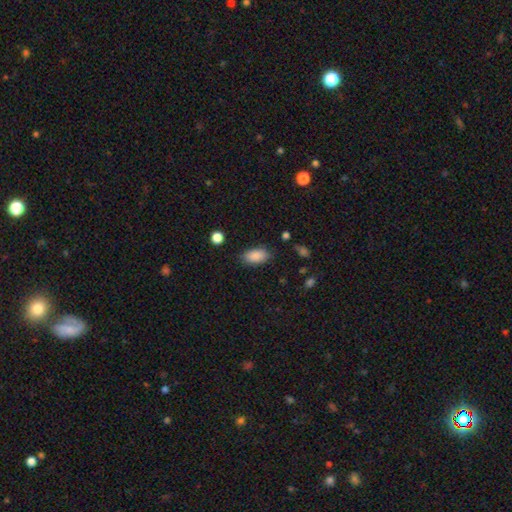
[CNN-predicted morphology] Smooth or featured? Predicted: smooth (p=0.88). How rounded? Predicted: in between (p=0.92). Merging? Predicted: none (p=0.83).